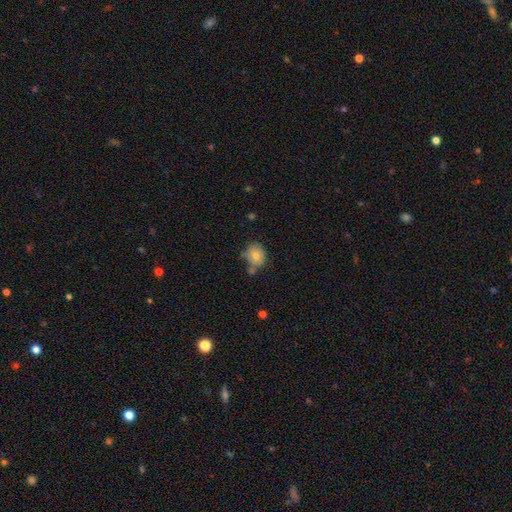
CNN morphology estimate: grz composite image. It shows a smooth galaxy with no disk features (72%) that is round (64%). Merging: none (54%).